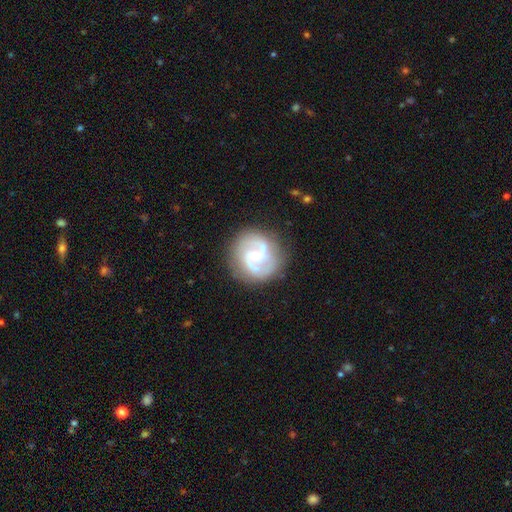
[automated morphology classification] type=featured or disk (85%); edge-on=no (98%); bar=no (54%); spiral arms=yes (95%); winding=medium (50%); arm count=2 (81%); bulge=small (57%); merging=none (77%).